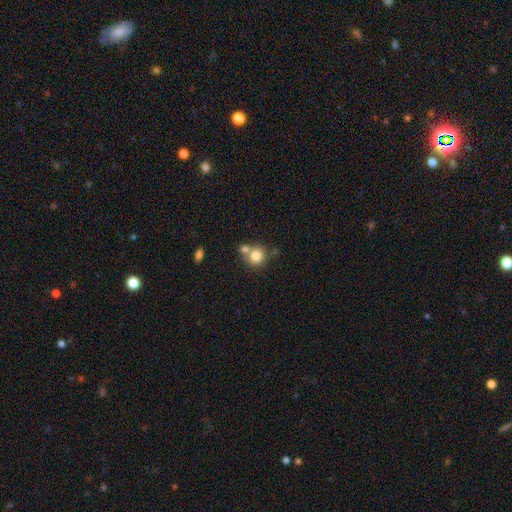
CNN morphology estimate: Q: Smooth or featured?
A: smooth (80%); runner-up: star or artifact (10%)
Q: How rounded?
A: round (86%); runner-up: in between (13%)
Q: Merging?
A: none (50%); runner-up: merger (38%)